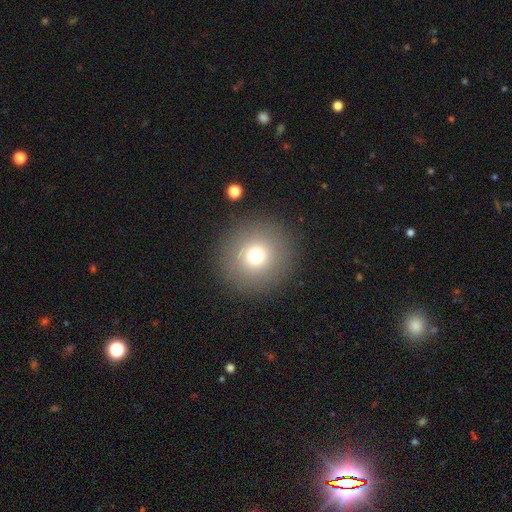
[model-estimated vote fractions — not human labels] This is likely a smooth galaxy (72%). How rounded: clearly round (95%). Merging: clearly none (89%).